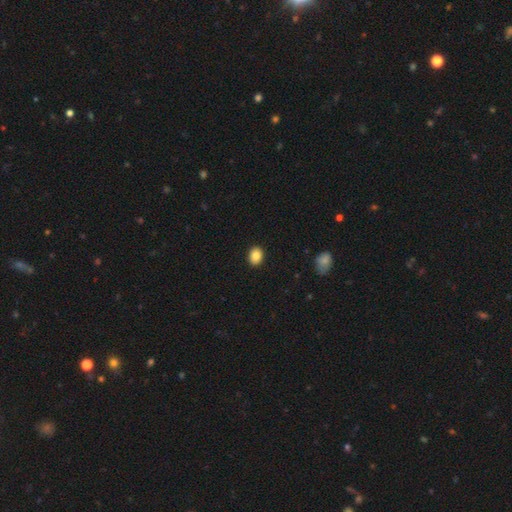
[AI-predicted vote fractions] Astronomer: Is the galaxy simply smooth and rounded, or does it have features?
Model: smooth — 86%.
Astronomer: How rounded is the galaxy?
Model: in between — 53% (runner-up: round, 46%).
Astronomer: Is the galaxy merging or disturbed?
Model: none — 91%.